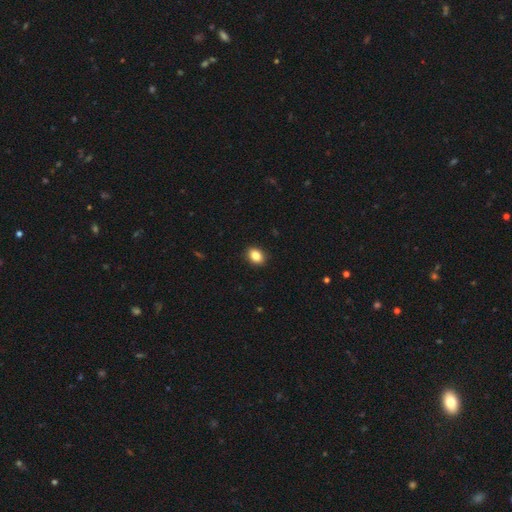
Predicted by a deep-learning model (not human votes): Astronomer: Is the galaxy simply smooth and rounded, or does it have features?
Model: smooth — 86%.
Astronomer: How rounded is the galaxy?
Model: in between — 66%.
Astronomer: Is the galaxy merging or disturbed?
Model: none — 90%.